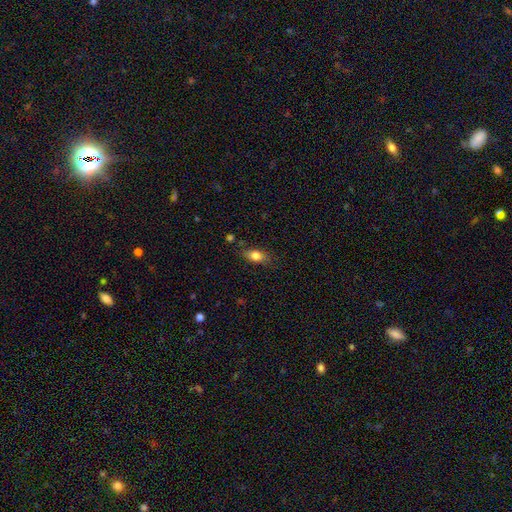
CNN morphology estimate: smooth-or-featured: smooth: 80% | featured or disk: 11% | star or artifact: 8%
  how-rounded: in between: 81% | cigar-shaped: 10% | round: 9%
  merging: none: 77% | minor disturbance: 17% | major disturbance: 4% | merger: 2%